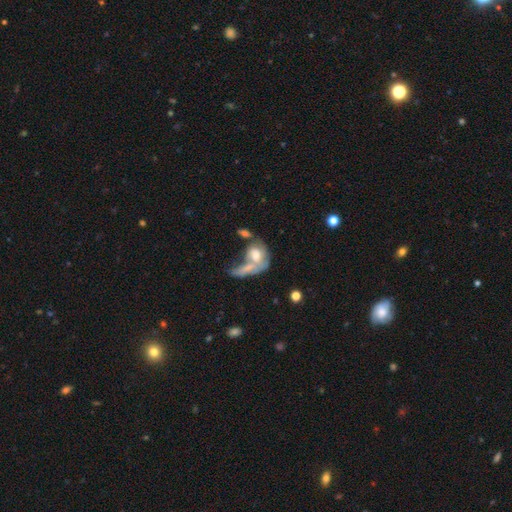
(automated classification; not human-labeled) smooth_or_featured: smooth (p=0.56) [alt: featured or disk p=0.35]
how_rounded: in between (p=0.67) [alt: round p=0.28]
merging: merger (p=0.54) [alt: major disturbance p=0.18]